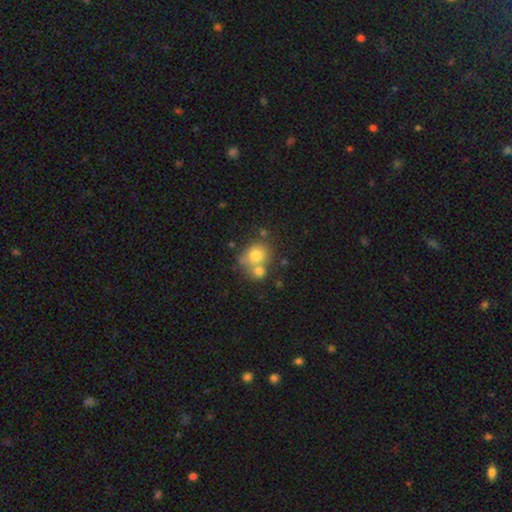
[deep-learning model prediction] Smooth or featured? smooth (74%)
How rounded? round (72%)
Merging? none (42%, tied with merger)